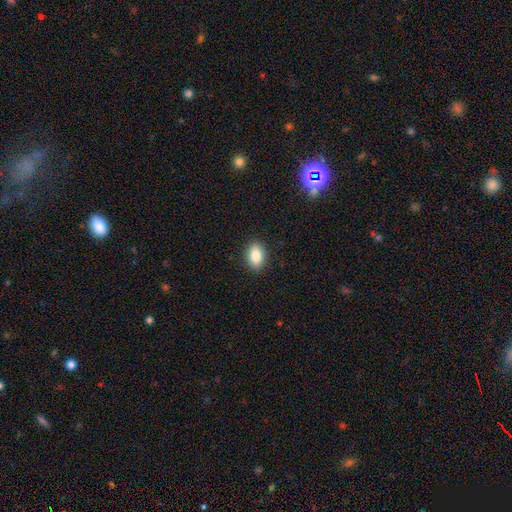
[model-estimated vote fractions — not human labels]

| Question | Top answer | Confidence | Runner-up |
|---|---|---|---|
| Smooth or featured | smooth | 85% | star or artifact (8%) |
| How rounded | in between | 85% | round (13%) |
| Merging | none | 89% | minor disturbance (8%) |